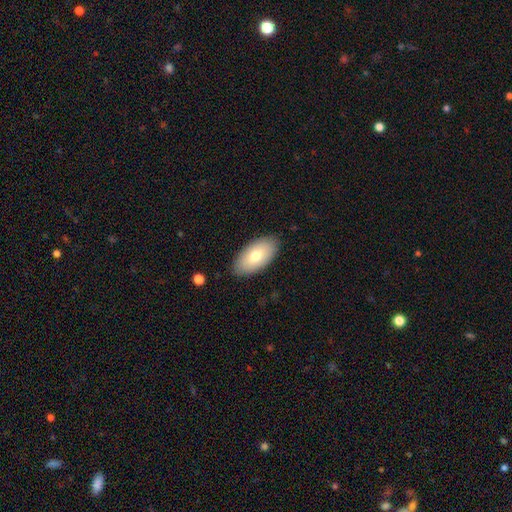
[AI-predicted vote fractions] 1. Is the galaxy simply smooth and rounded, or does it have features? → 74% smooth, 20% featured or disk, 6% star or artifact.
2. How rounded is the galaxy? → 94% in between, 3% cigar-shaped, 2% round.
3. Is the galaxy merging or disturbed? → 87% none, 10% minor disturbance, 2% major disturbance, 1% merger.